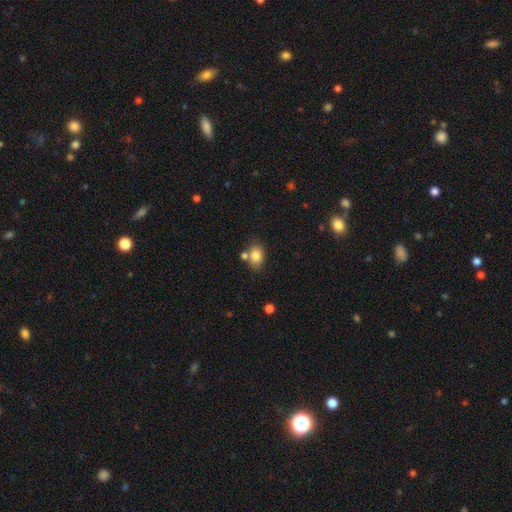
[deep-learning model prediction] A smooth galaxy with no disk features (82%) that is in between round and cigar-shaped (75%).

Vote fractions:
- Smooth or featured? smooth: 82% / featured or disk: 9% / star or artifact: 9%
- How rounded? in between: 75% / round: 24% / cigar-shaped: 1%
- Merging? none: 67% / merger: 16% / minor disturbance: 13% / major disturbance: 4%